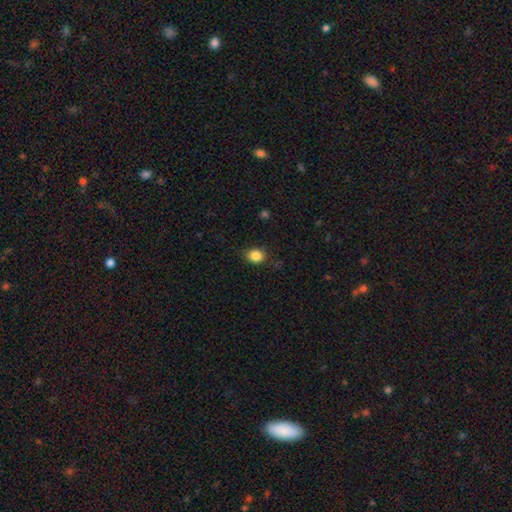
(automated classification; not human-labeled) This is clearly a smooth galaxy (85%). How rounded: likely round (61%). Merging: clearly none (83%).